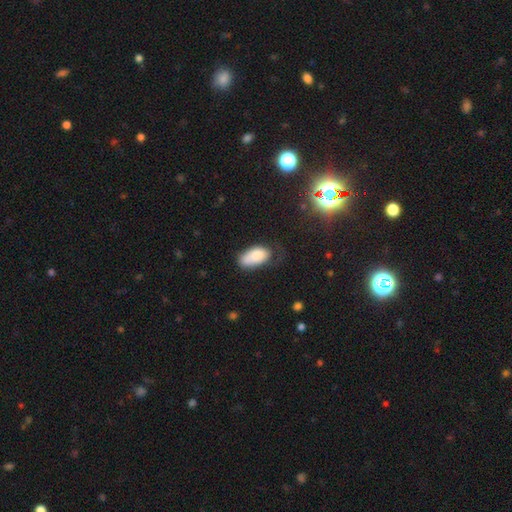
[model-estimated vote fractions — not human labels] This appears to be a smooth galaxy with no disk features (80%) that is in between round and cigar-shaped (94%). Merging: none (43%).